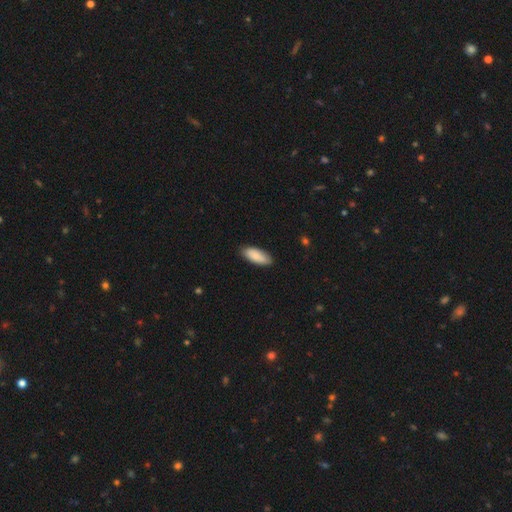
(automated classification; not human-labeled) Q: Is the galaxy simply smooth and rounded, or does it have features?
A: smooth — 87%.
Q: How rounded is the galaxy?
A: in between — 81%.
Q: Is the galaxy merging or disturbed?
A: none — 85%.